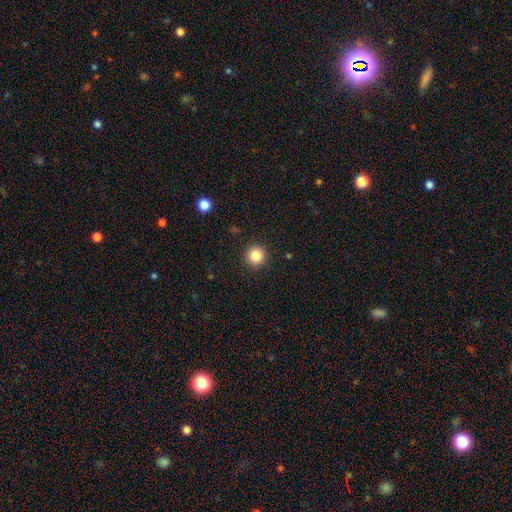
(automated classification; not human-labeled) A smooth galaxy with no disk features (84%) that is round (95%). Merging: none (92%).